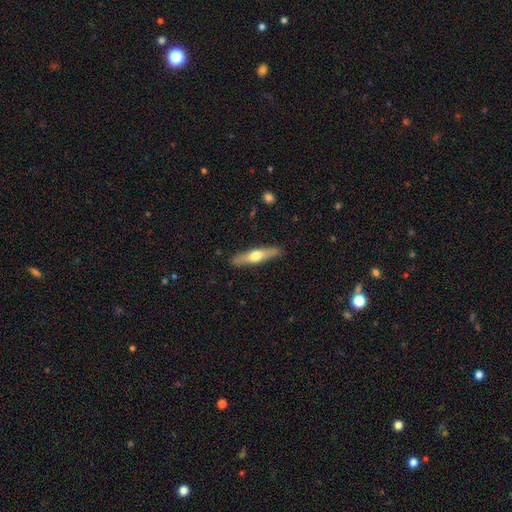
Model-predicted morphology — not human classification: Smooth or featured? Predicted: featured or disk (p=0.50). Merging? Predicted: none (p=0.88).